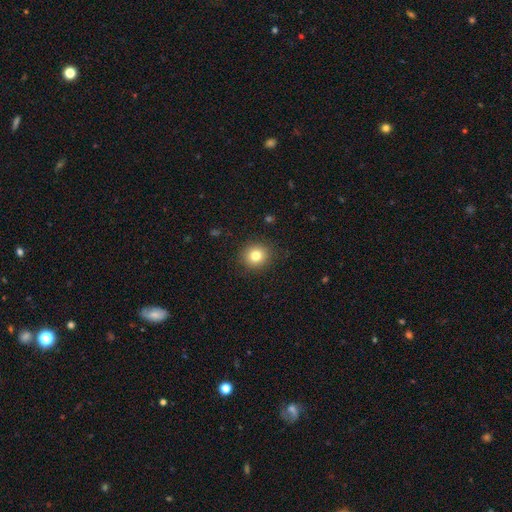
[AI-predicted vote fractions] Overall: smooth (81%). How rounded: round (87%). Merging: none (90%).